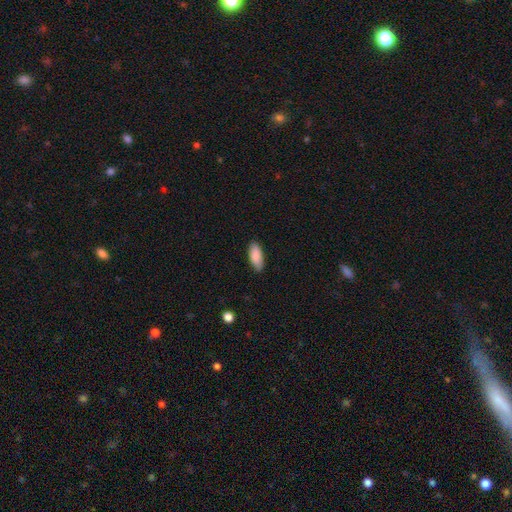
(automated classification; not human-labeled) The model was most divided on "how rounded": in between: 84%, cigar-shaped: 14%, round: 2%. More confident: smooth or featured — smooth (88%); merging — none (83%).